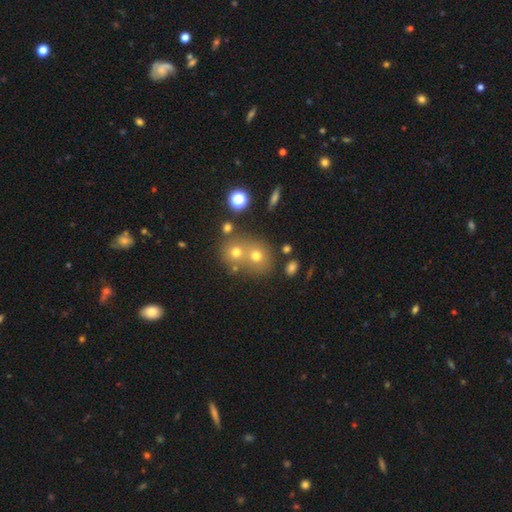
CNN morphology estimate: type=smooth (60%); roundness=round (73%); merging=merger (53%).